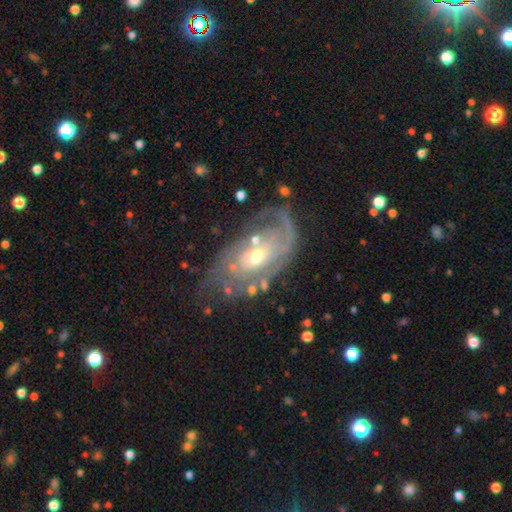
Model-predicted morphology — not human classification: A featured or disk galaxy (83%) with no bar (74%), 2 (40%) tight (53%) spiral arms (85%) and a moderate central bulge (61%). Merging: none (57%).